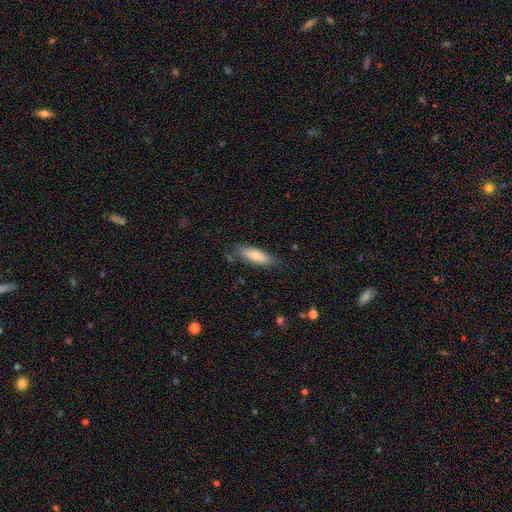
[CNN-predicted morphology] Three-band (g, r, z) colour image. It shows a smooth galaxy with no disk features (73%) that is in between round and cigar-shaped (51%). Merging: none (73%).